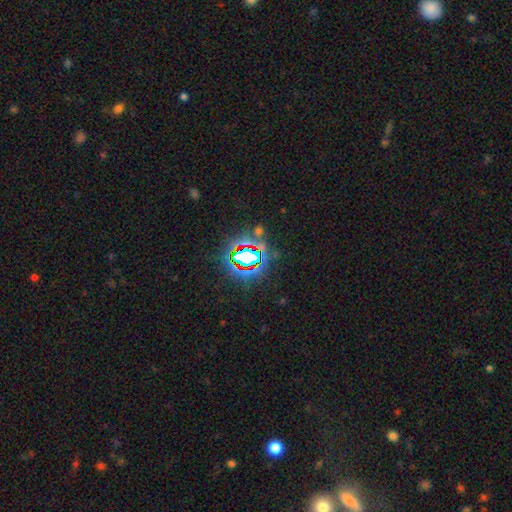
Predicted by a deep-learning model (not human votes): smooth-or-featured: star or artifact: 80% | smooth: 12% | featured or disk: 8%